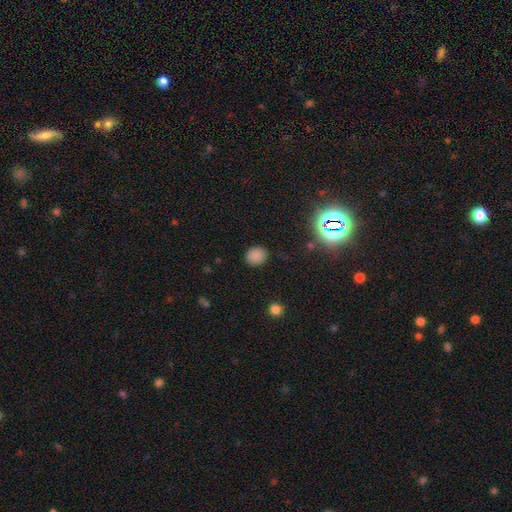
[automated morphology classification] Overall: smooth (81%). How rounded: round (70%). Merging: none (86%).